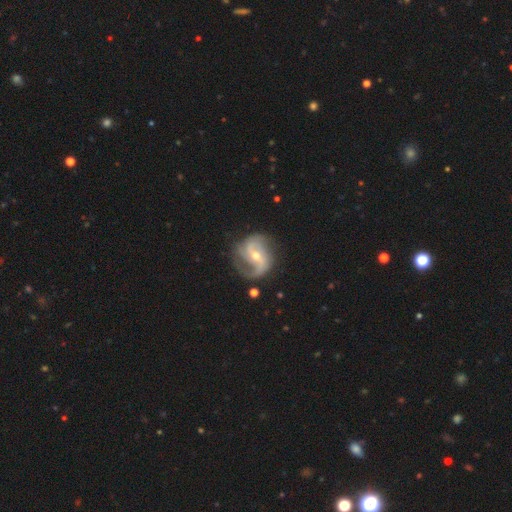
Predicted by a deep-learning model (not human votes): Smooth or featured?
  - featured or disk: 88% *
  - smooth: 7%
  - star or artifact: 5%
Edge-on disk?
  - no: 98% *
  - yes: 2%
Bar?
  - weak: 42% *
  - no: 33%
  - strong: 25%
Spiral arms?
  - yes: 96% *
  - no: 4%
Spiral winding?
  - medium: 48% *
  - loose: 32%
  - tight: 20%
Spiral arm count?
  - 2: 61% *
  - 3: 14%
  - 1: 12%
  - can't tell: 8%
  - 4: 3%
  - more than 4: 3%
Bulge size?
  - moderate: 50% *
  - small: 47%
  - large: 2%
  - none: 1%
  - dominant: 1%
Merging?
  - none: 63% *
  - minor disturbance: 21%
  - major disturbance: 14%
  - merger: 2%